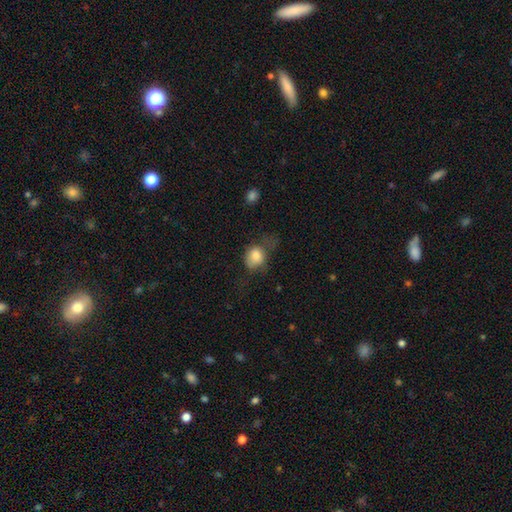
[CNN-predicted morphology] smooth_or_featured: smooth (p=0.80) [alt: featured or disk p=0.12]
how_rounded: round (p=0.64) [alt: in between p=0.35]
merging: none (p=0.36) [alt: major disturbance p=0.32]